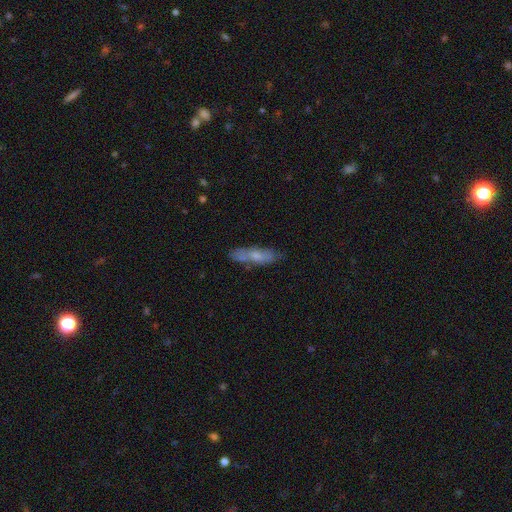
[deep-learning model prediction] Smooth or featured: smooth — 54% (featured or disk — 39%)
How rounded: cigar-shaped — 66% (in between — 31%)
Merging: none — 69% (minor disturbance — 19%)